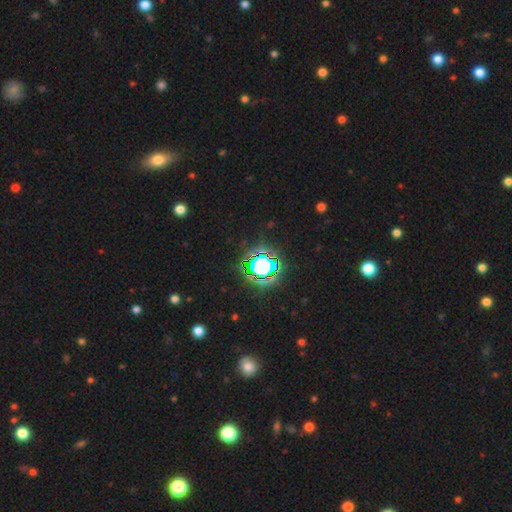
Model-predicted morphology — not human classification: smooth_or_featured: star or artifact (p=0.81) [alt: smooth p=0.12]